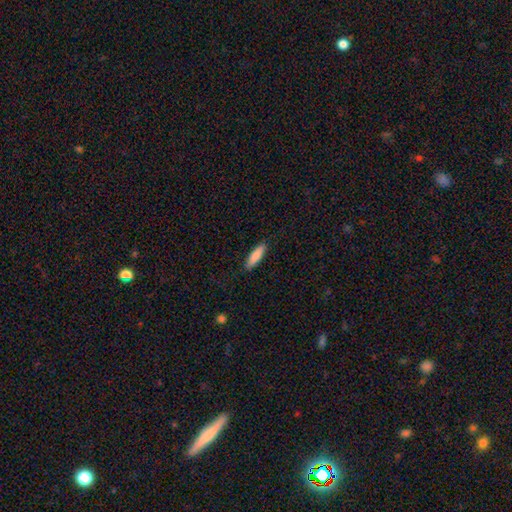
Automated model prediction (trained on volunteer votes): Q: Smooth or featured?
A: smooth (86%); runner-up: featured or disk (8%)
Q: How rounded?
A: cigar-shaped (67%); runner-up: in between (32%)
Q: Merging?
A: none (89%); runner-up: minor disturbance (8%)